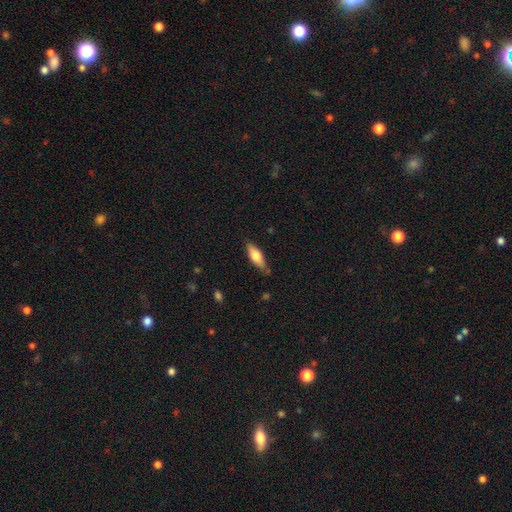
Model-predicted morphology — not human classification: smooth 65%, featured or disk 29%, star or artifact 6%. Down the decision tree: how rounded — in between (59%); merging — none (75%).